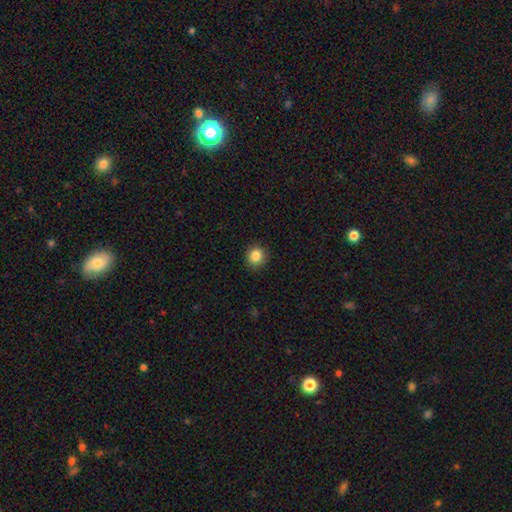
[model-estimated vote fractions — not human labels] This is clearly a smooth galaxy (86%). How rounded: clearly round (88%). Merging: clearly none (90%).